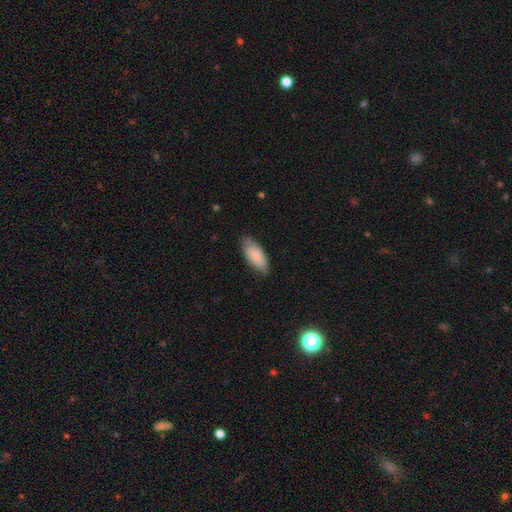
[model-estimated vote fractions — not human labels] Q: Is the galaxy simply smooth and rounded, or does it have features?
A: smooth — 82%.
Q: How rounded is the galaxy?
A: in between — 85%.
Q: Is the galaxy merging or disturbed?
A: none — 76%.